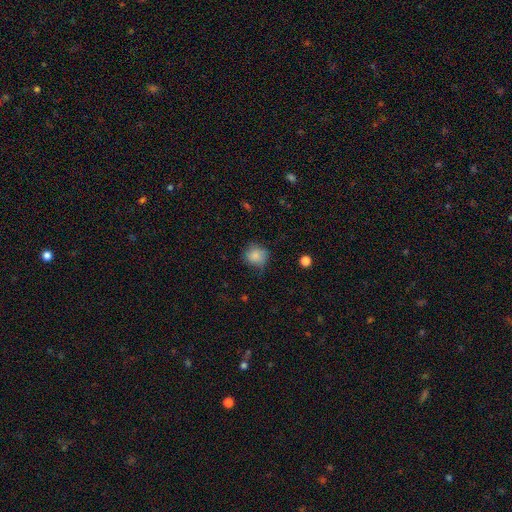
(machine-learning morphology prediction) A smooth galaxy with no disk features (83%) that is round (82%).

Vote fractions:
- Smooth or featured? smooth: 83% / star or artifact: 9% / featured or disk: 8%
- How rounded? round: 82% / in between: 17% / cigar-shaped: 1%
- Merging? none: 63% / minor disturbance: 28% / major disturbance: 7% / merger: 1%